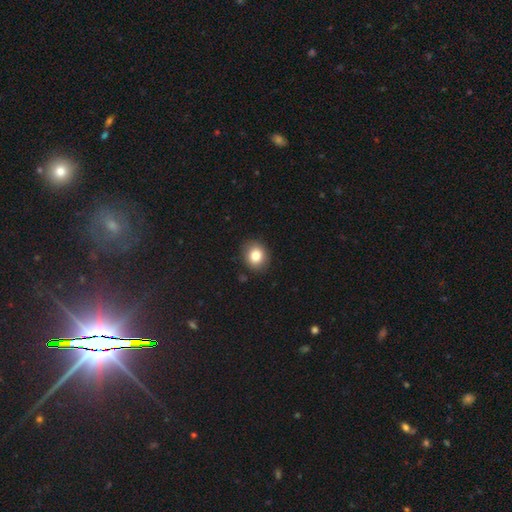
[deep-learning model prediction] Smooth or featured? Predicted: smooth (p=0.82). How rounded? Predicted: round (p=0.68). Merging? Predicted: none (p=0.88).